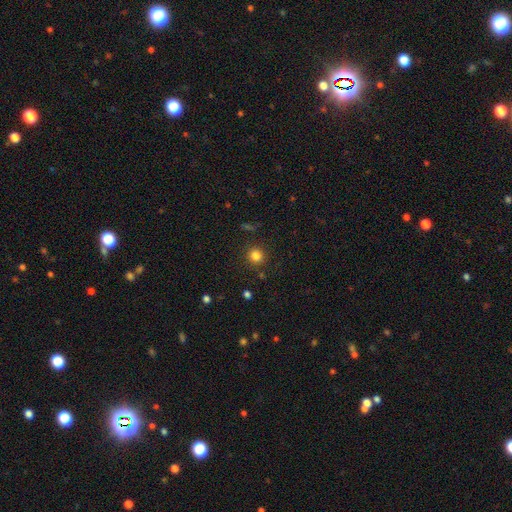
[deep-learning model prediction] A smooth galaxy with no disk features (82%) that is round (92%). Merging: none (90%).